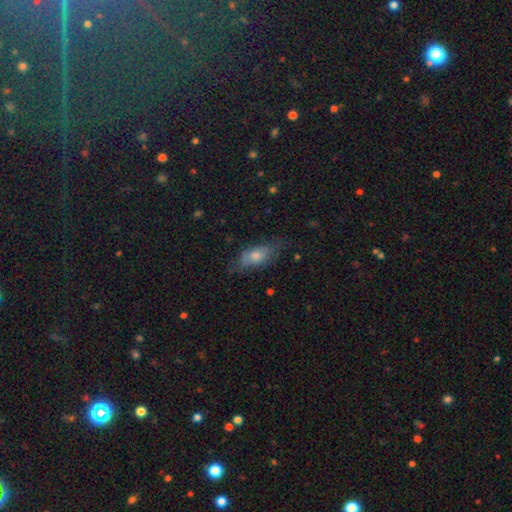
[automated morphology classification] This appears to be a smooth galaxy with no disk features (59%) that is in between round and cigar-shaped (73%). Merging: none (68%).